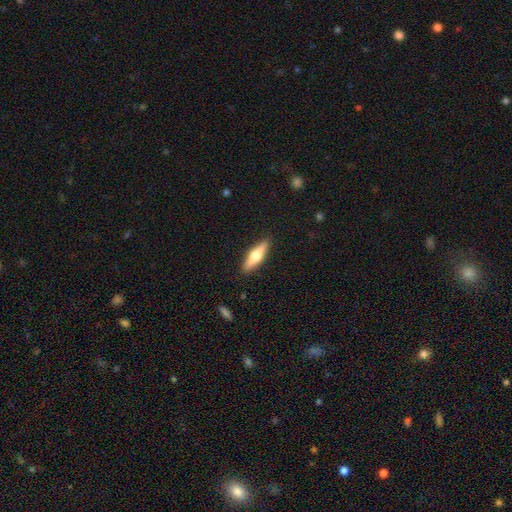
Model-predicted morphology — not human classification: Q: Smooth or featured?
A: featured or disk (50%); runner-up: smooth (44%)
Q: Merging?
A: none (89%); runner-up: minor disturbance (8%)